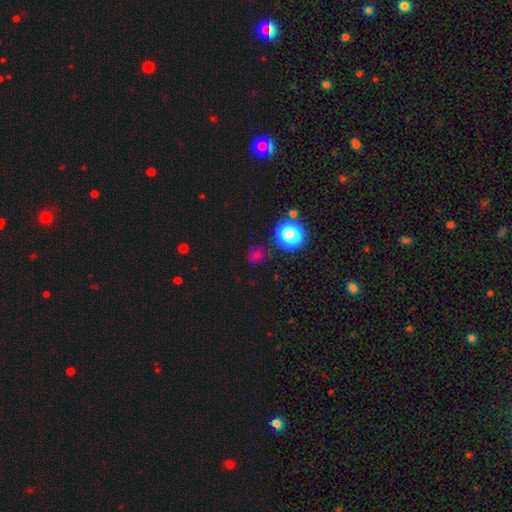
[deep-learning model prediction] The model was most divided on "smooth or featured": smooth: 65%, star or artifact: 29%, featured or disk: 6%. More confident: how rounded — round (87%); merging — none (76%).